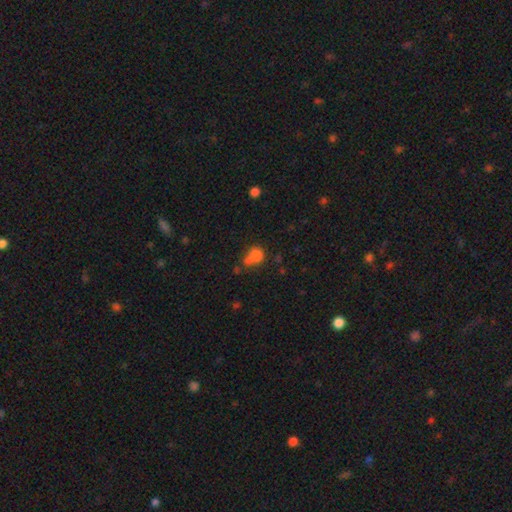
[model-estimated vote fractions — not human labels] This appears to be a smooth galaxy with no disk features (76%) that is round (65%). Merging: merger (41%).